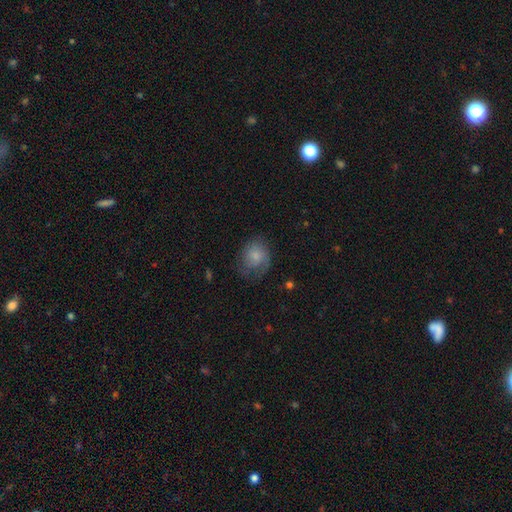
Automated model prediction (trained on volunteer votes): Morphology: type=smooth (68%); roundness=round (60%); merging=none (48%).